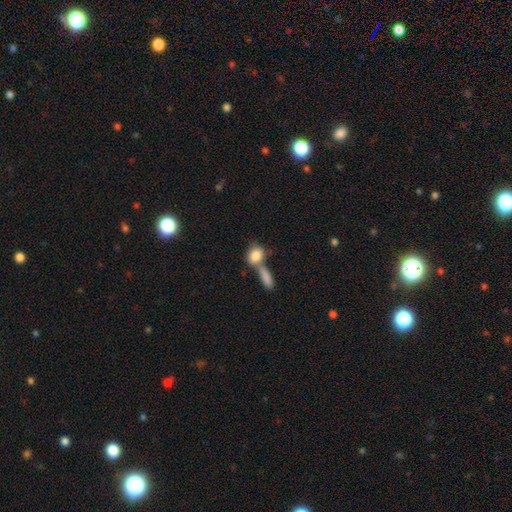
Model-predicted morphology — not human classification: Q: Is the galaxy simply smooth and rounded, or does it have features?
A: smooth — 84%.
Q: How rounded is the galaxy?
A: in between — 55%.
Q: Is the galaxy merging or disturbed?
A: merger — 48%.